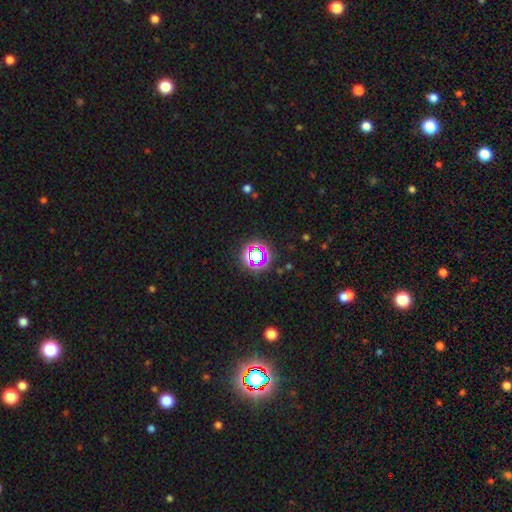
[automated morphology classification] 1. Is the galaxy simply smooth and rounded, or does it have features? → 62% star or artifact, 26% smooth, 13% featured or disk.